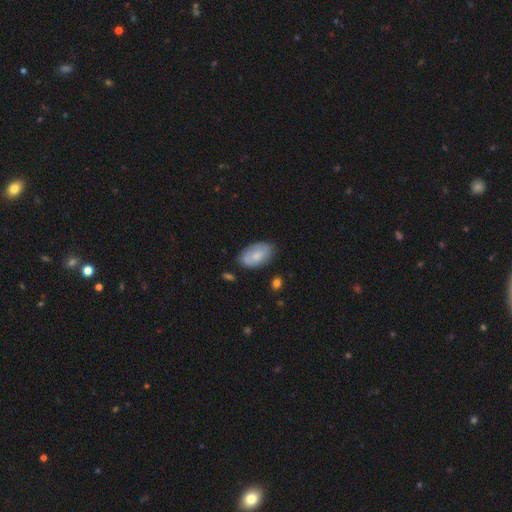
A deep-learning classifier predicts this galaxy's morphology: Smooth or featured: smooth — 72% (featured or disk — 22%)
How rounded: in between — 94% (round — 5%)
Merging: none — 73% (minor disturbance — 20%)